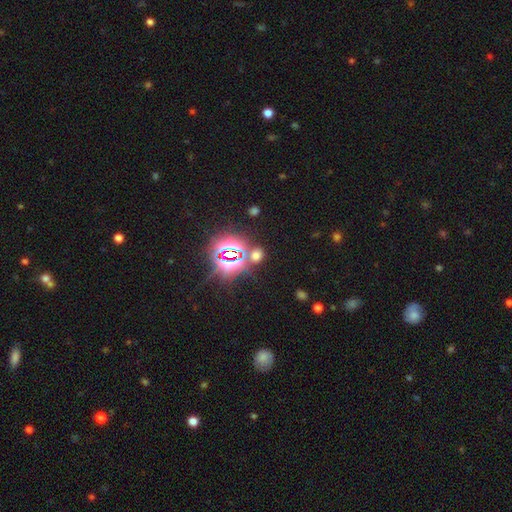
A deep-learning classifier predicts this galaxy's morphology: smooth-or-featured: star or artifact: 52% | smooth: 42% | featured or disk: 7%